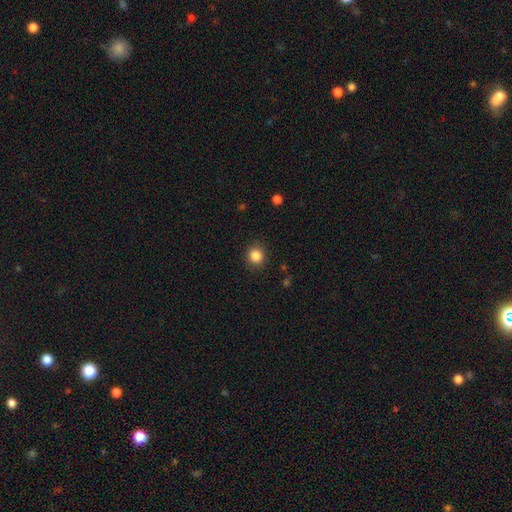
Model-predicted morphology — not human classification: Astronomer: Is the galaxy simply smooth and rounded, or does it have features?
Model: smooth — 85%.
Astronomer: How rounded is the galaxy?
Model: round — 82%.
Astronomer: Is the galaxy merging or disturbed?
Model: none — 88%.